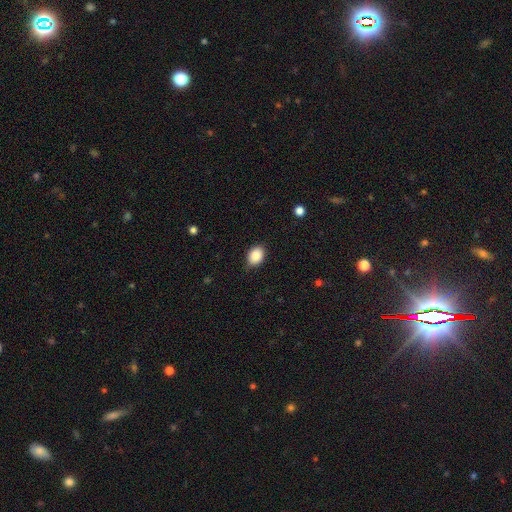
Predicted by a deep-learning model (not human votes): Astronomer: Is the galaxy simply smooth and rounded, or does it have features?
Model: smooth — 88%.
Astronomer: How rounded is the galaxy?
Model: in between — 71%.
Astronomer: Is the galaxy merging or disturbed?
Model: none — 81%.